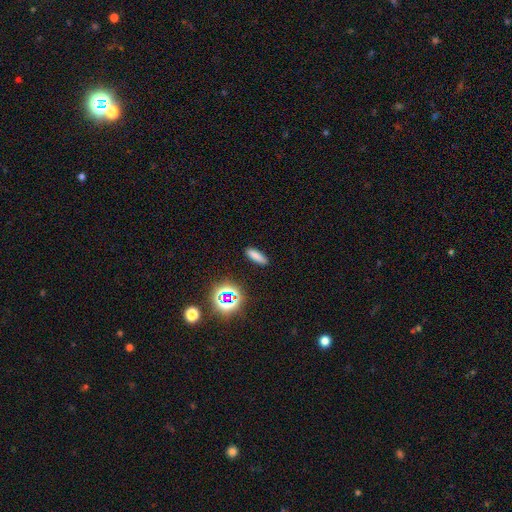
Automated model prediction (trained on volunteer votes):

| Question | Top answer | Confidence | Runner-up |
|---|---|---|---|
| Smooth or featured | smooth | 75% | star or artifact (17%) |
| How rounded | cigar-shaped | 57% | in between (39%) |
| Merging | none | 88% | minor disturbance (8%) |